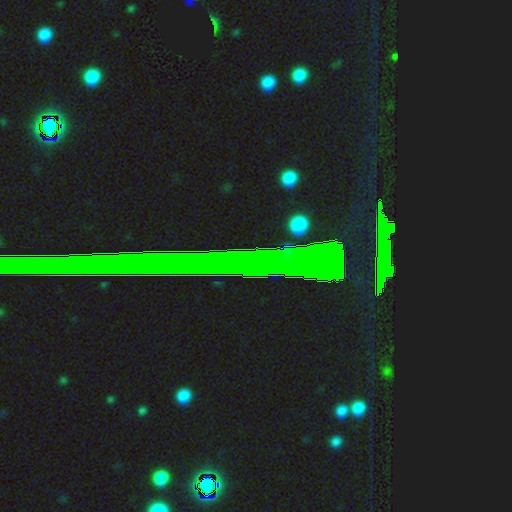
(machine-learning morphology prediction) smooth_or_featured: star or artifact (p=0.74) [alt: featured or disk p=0.16]